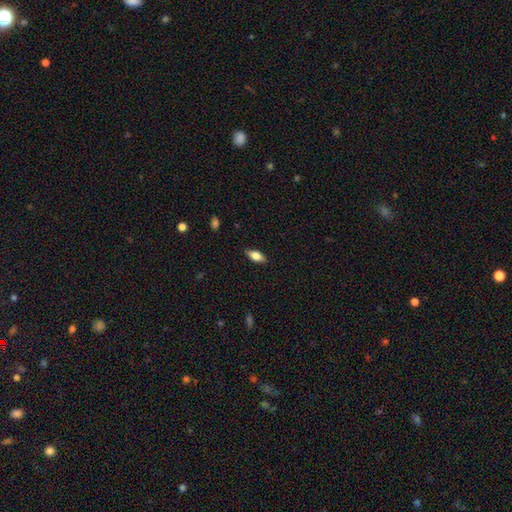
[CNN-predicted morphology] type=smooth (67%); roundness=in between (80%); merging=none (86%).